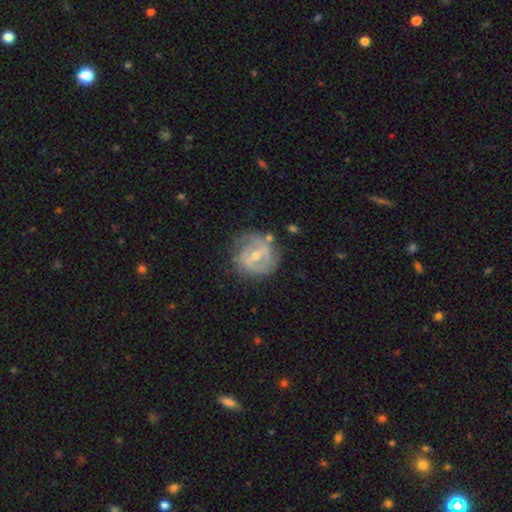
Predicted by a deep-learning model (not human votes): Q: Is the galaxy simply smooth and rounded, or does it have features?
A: featured or disk — 77%.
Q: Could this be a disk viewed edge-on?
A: no — 97%.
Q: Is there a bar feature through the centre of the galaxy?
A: weak — 49%.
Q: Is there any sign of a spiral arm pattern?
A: yes — 80%.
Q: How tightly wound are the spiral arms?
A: tight — 52%.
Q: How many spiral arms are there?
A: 2 — 57%.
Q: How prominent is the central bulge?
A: moderate — 51%.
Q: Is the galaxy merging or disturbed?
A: none — 70%.